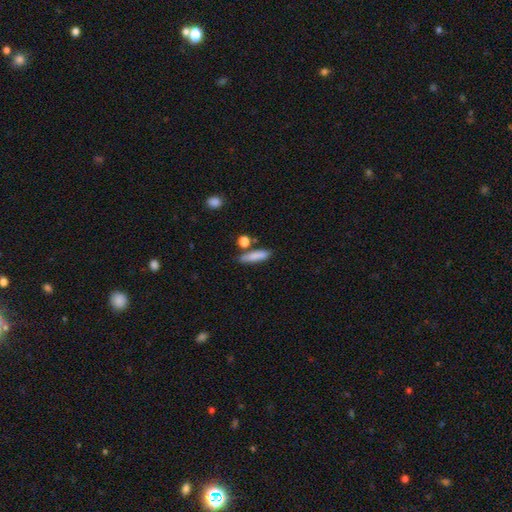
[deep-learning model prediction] Smooth or featured? Predicted: smooth (p=0.83). How rounded? Predicted: cigar-shaped (p=0.67). Merging? Predicted: none (p=0.74).